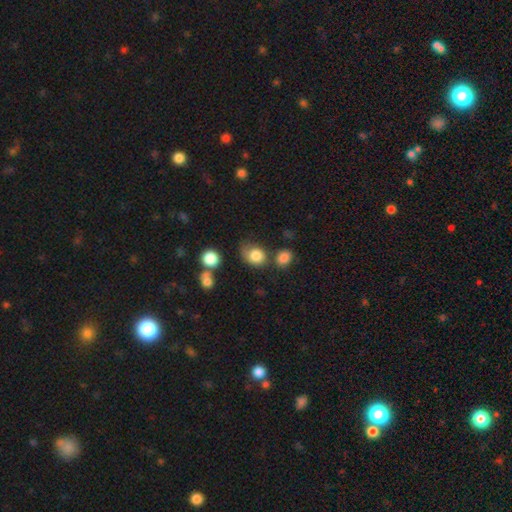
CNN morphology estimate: type=smooth (82%); roundness=round (57%); merging=none (44%).